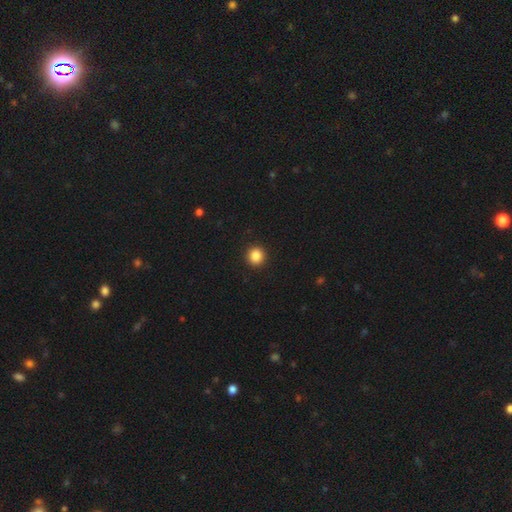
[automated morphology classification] A smooth galaxy with no disk features (86%) that is round (93%). Merging: none (93%).